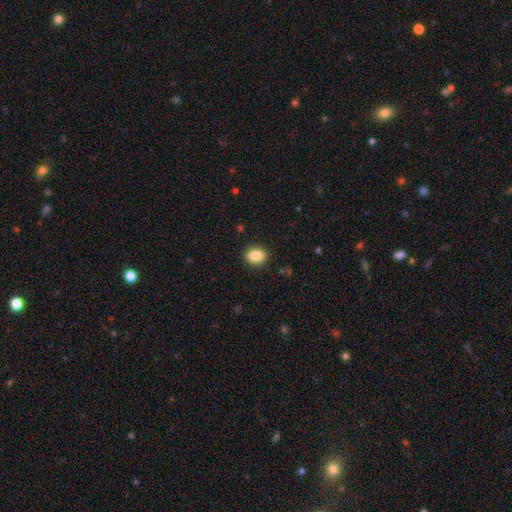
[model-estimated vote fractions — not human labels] smooth 87%, star or artifact 9%, featured or disk 5%. Down the decision tree: how rounded — in between (58%); merging — none (90%).